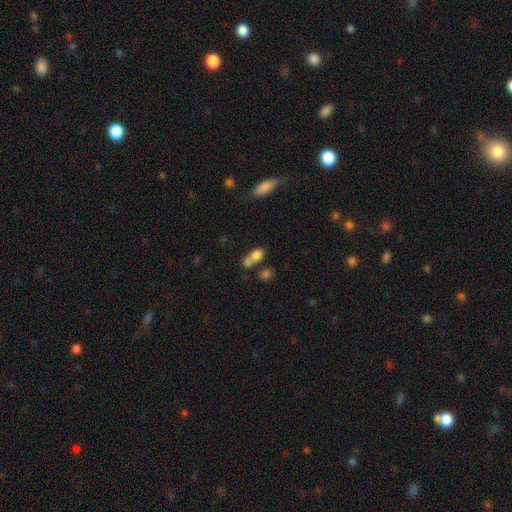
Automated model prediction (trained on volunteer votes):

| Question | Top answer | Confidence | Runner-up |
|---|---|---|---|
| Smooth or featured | smooth | 77% | featured or disk (12%) |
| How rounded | in between | 62% | round (34%) |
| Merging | merger | 54% | none (30%) |